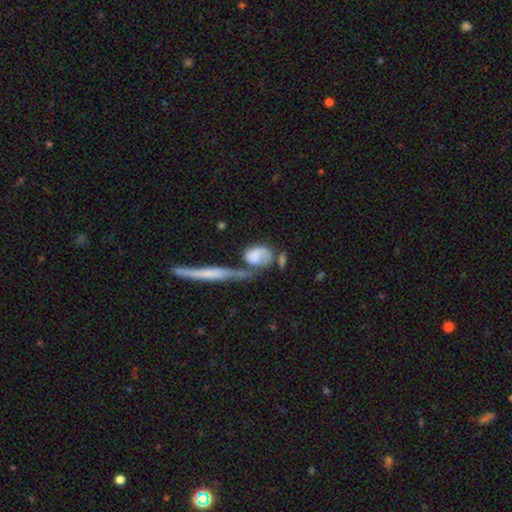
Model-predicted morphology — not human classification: Smooth or featured: smooth — 56% (featured or disk — 37%)
How rounded: in between — 58% (round — 32%)
Merging: merger — 37% (none — 30%)